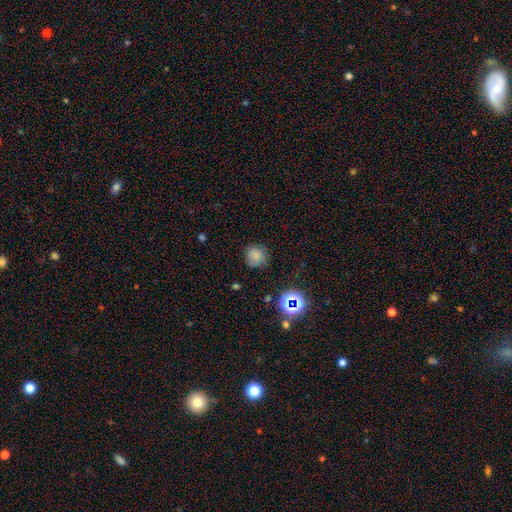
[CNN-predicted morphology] smooth_or_featured: smooth (p=0.76) [alt: star or artifact p=0.17]
how_rounded: round (p=0.89) [alt: in between p=0.10]
merging: none (p=0.79) [alt: minor disturbance p=0.15]